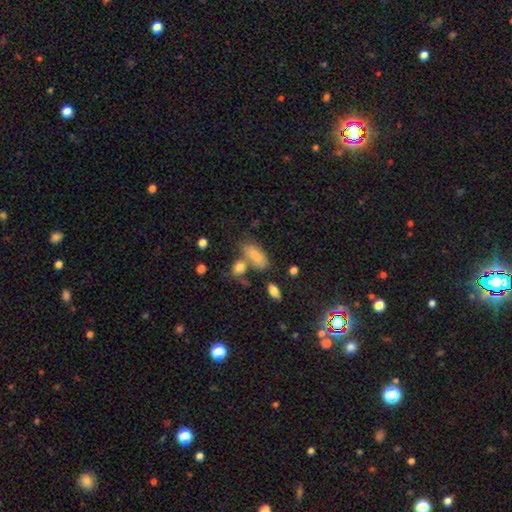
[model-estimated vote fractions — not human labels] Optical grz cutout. It shows a smooth galaxy with no disk features (82%) that is in between round and cigar-shaped (84%). Merging: none (51%).